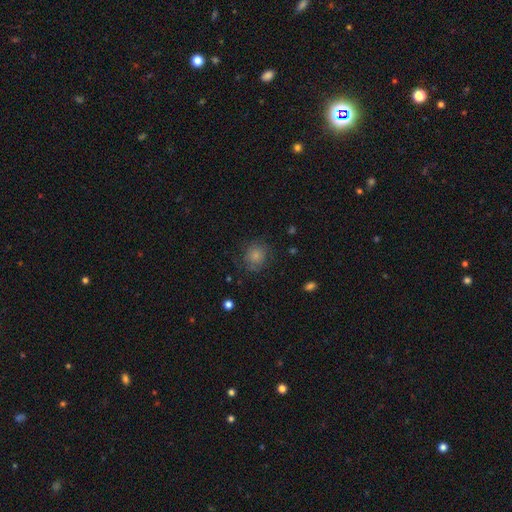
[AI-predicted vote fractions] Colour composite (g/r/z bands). It shows a smooth galaxy with no disk features (79%) that is round (85%). Merging: none (72%).